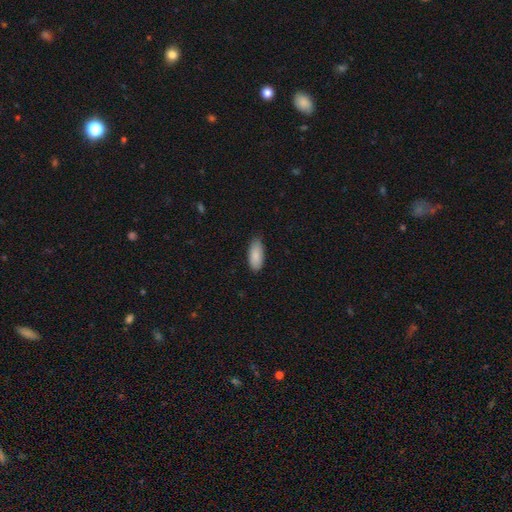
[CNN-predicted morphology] The model was most divided on "merging": none: 83%, minor disturbance: 14%, major disturbance: 2%, merger: 1%. More confident: smooth or featured — smooth (89%); how rounded — in between (85%).